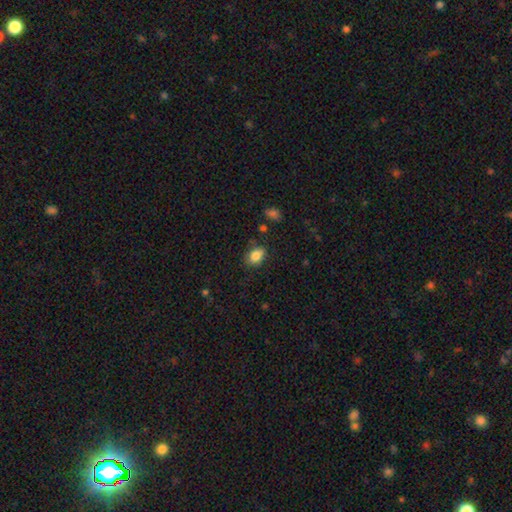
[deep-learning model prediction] Smooth or featured? Predicted: smooth (p=0.84). How rounded? Predicted: in between (p=0.77). Merging? Predicted: none (p=0.76).